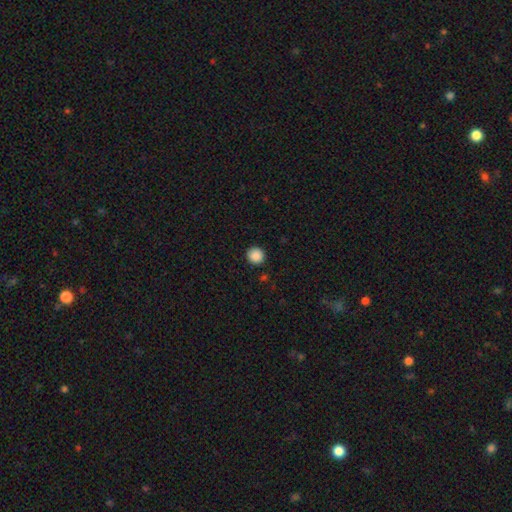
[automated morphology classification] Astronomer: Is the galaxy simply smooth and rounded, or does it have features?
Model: smooth — 88%.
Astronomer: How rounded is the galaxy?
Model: round — 93%.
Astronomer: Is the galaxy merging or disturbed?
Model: none — 92%.